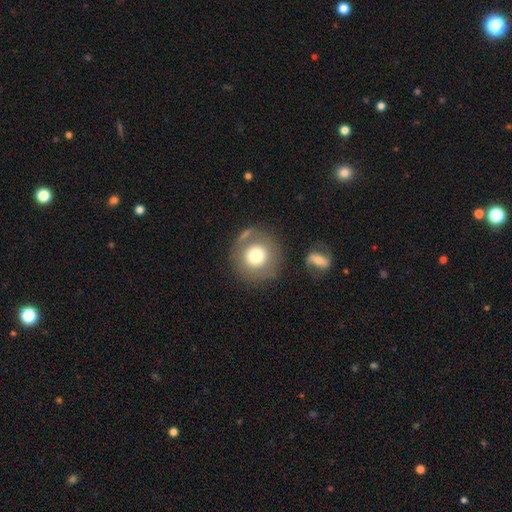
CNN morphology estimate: A smooth galaxy with no disk features (73%) that is round (94%). Merging: none (75%).